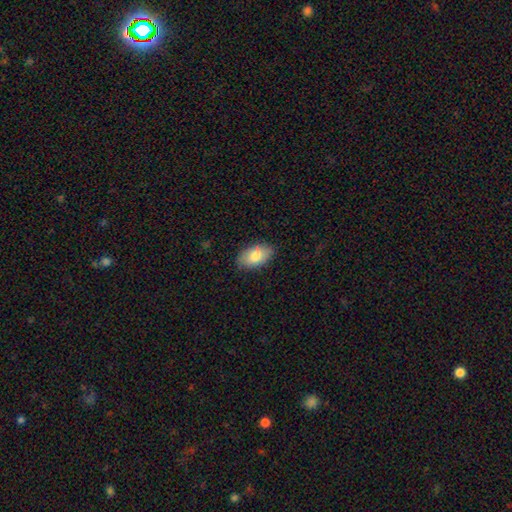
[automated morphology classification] The model was most divided on "merging": none: 82%, minor disturbance: 14%, major disturbance: 3%, merger: 1%. More confident: how rounded — in between (93%); smooth or featured — smooth (81%).